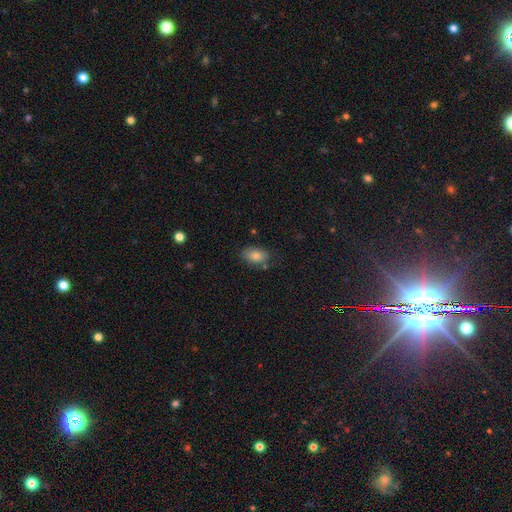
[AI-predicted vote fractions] Morphology: type=smooth (82%); roundness=in between (89%); merging=none (74%).